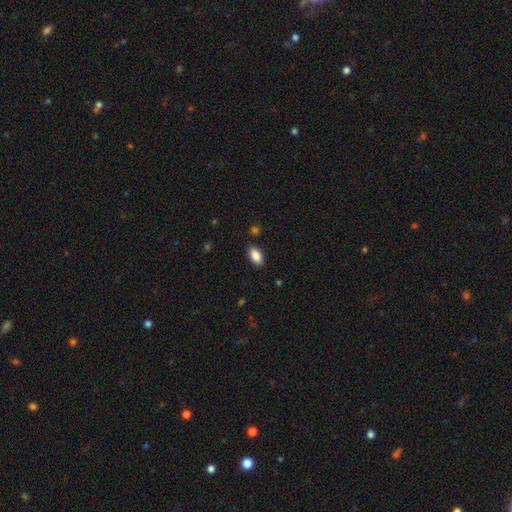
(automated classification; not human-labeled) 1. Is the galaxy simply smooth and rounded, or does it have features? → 88% smooth, 8% star or artifact, 5% featured or disk.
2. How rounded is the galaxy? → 92% in between, 4% cigar-shaped, 4% round.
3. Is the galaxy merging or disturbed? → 86% none, 10% minor disturbance, 2% major disturbance, 1% merger.